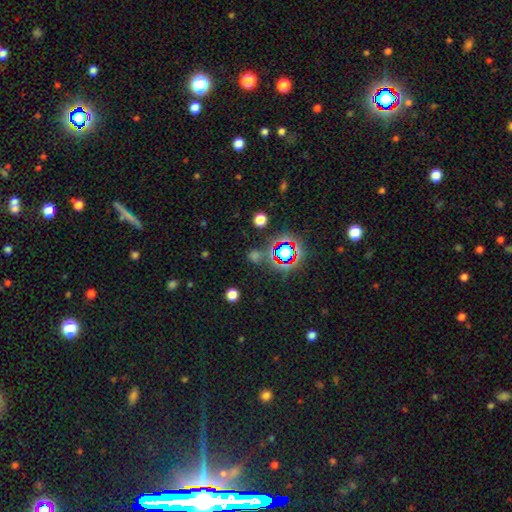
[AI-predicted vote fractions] Smooth or featured: star or artifact — 52% (smooth — 40%)